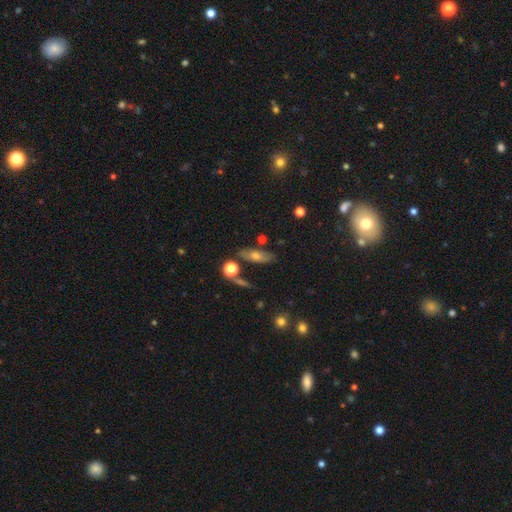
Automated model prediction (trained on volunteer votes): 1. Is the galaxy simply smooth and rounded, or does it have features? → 58% smooth, 31% featured or disk, 11% star or artifact.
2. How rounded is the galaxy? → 58% in between, 35% cigar-shaped, 6% round.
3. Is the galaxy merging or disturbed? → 72% none, 14% minor disturbance, 9% merger, 5% major disturbance.